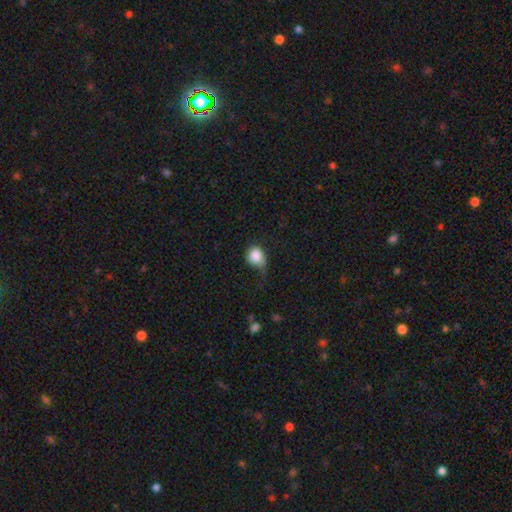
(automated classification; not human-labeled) smooth 83%, featured or disk 9%, star or artifact 8%. Down the decision tree: how rounded — round (61%); merging — minor disturbance (40%).